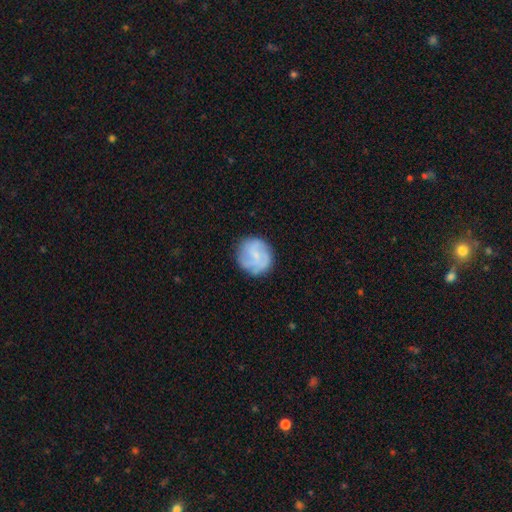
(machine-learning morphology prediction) type=smooth (51%); roundness=round (89%); merging=none (79%).